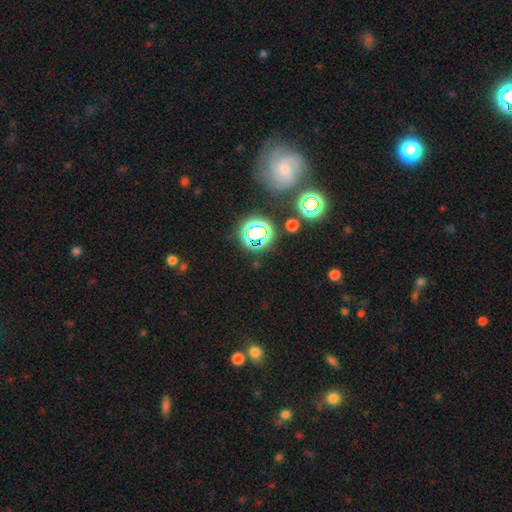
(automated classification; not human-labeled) A star or artifact, not a galaxy (59%).